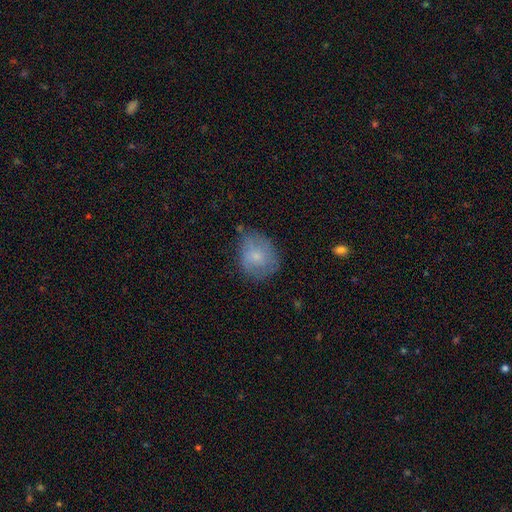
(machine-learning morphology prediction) smooth-or-featured: smooth: 68% | featured or disk: 24% | star or artifact: 8%
  how-rounded: round: 68% | in between: 31% | cigar-shaped: 1%
  merging: none: 57% | minor disturbance: 30% | major disturbance: 10% | merger: 2%